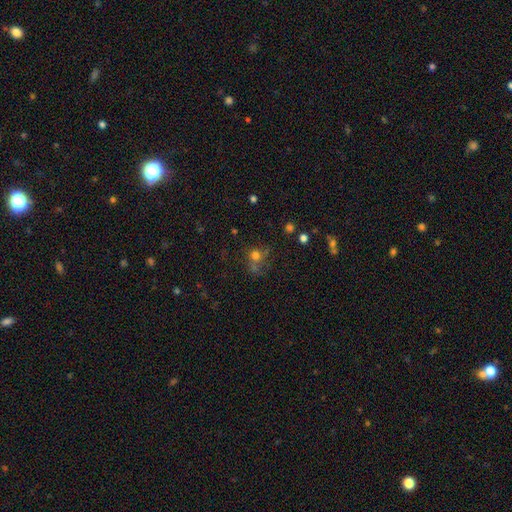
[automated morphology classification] smooth-or-featured: smooth: 67% | star or artifact: 21% | featured or disk: 12%
  how-rounded: round: 83% | in between: 16% | cigar-shaped: 1%
  merging: none: 53% | merger: 21% | minor disturbance: 15% | major disturbance: 11%